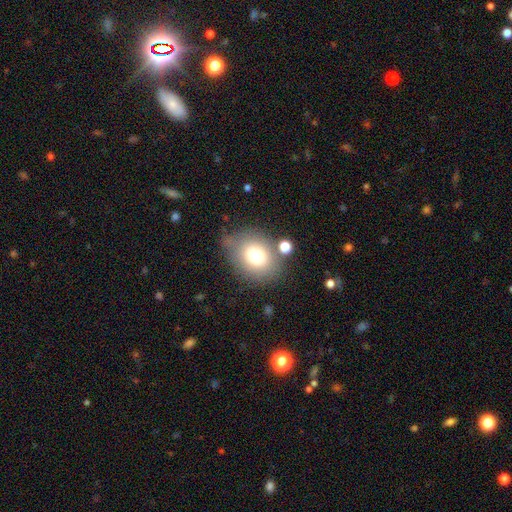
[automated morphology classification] smooth-or-featured: smooth: 74% | featured or disk: 15% | star or artifact: 11%
  how-rounded: round: 52% | in between: 47% | cigar-shaped: 1%
  merging: none: 65% | minor disturbance: 18% | merger: 9% | major disturbance: 8%